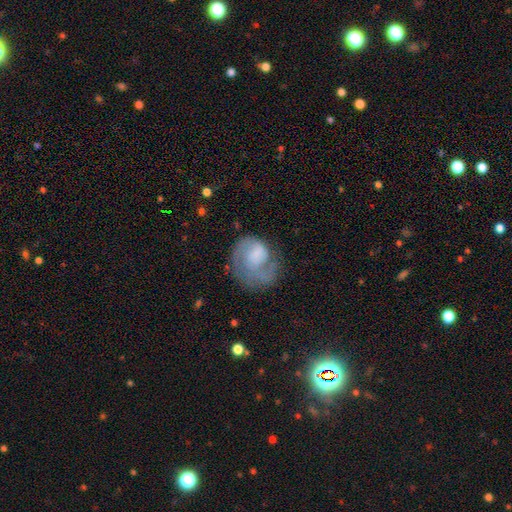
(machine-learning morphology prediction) Q: Smooth or featured?
A: featured or disk (61%); runner-up: smooth (32%)
Q: Edge-on disk?
A: no (98%); runner-up: yes (2%)
Q: Bar?
A: no (68%); runner-up: weak (27%)
Q: Spiral arms?
A: yes (82%); runner-up: no (18%)
Q: Bulge size?
A: none (33%); runner-up: moderate (23%)
Q: Merging?
A: none (44%); runner-up: major disturbance (31%)